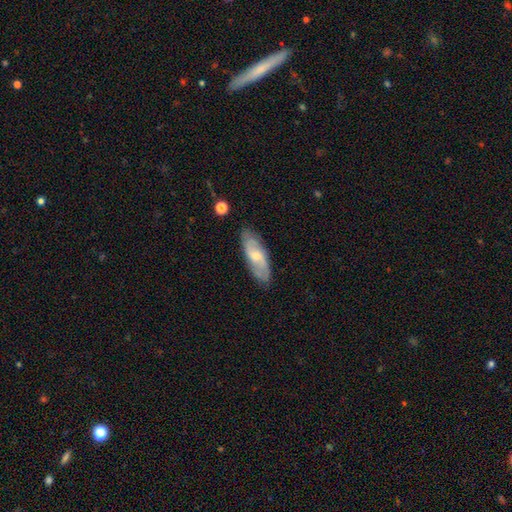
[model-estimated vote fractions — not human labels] Overall: featured or disk (60%; smooth 33%). Edge-on disk: no (82%). Merging: none (84%).